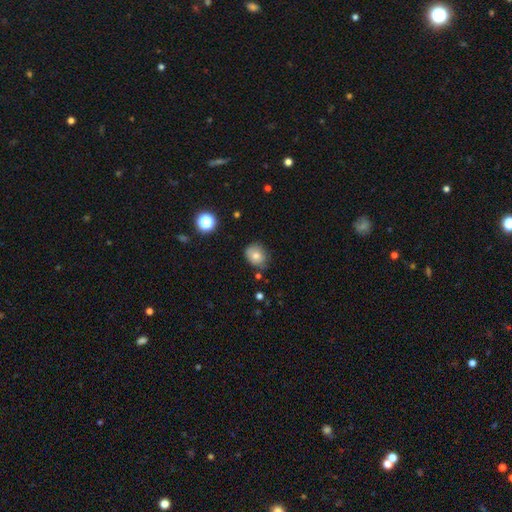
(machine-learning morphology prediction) Smooth or featured: smooth — 74% (featured or disk — 14%)
How rounded: round — 69% (in between — 30%)
Merging: none — 72% (minor disturbance — 21%)